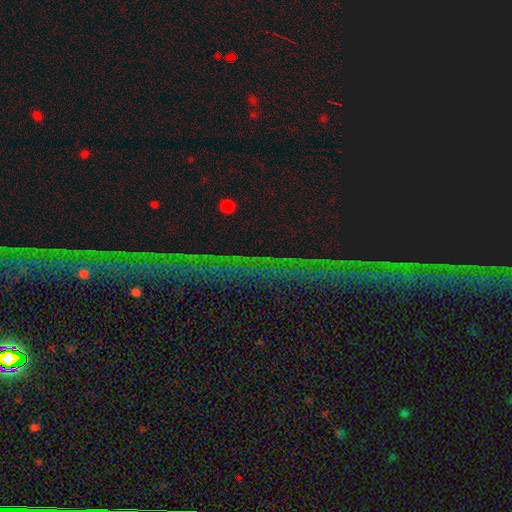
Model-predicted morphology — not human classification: smooth-or-featured: star or artifact: 78% | featured or disk: 11% | smooth: 11%